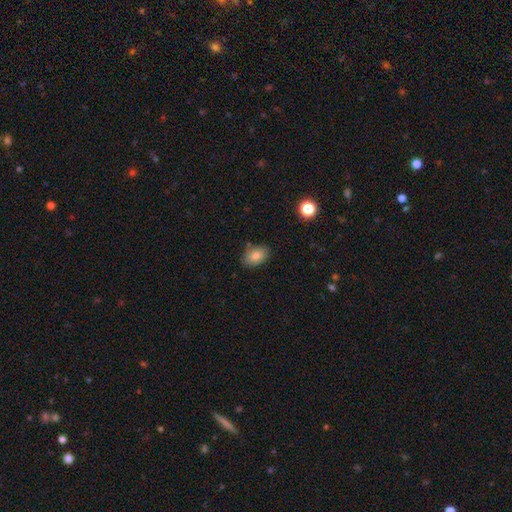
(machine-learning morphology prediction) Smooth or featured: smooth — 82% (featured or disk — 9%)
How rounded: in between — 84% (round — 15%)
Merging: none — 82% (minor disturbance — 13%)